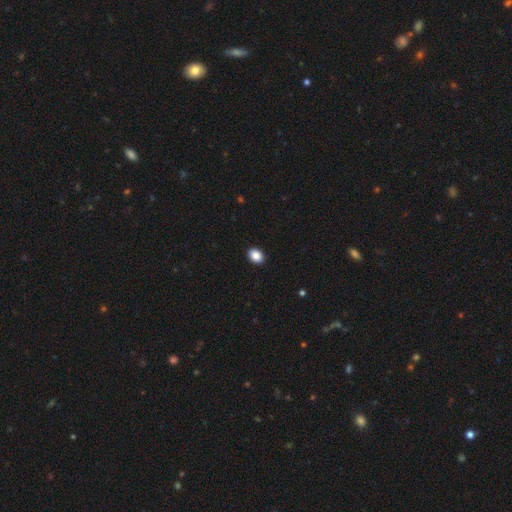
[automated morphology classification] Smooth or featured: smooth — 87% (star or artifact — 8%)
How rounded: in between — 69% (round — 30%)
Merging: none — 92% (minor disturbance — 6%)